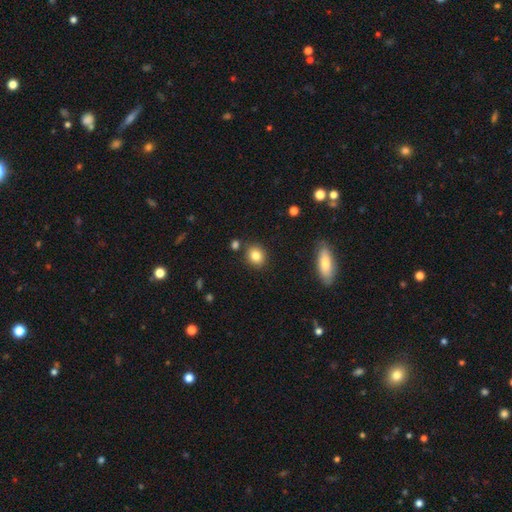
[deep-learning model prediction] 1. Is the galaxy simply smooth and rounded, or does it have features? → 83% smooth, 10% star or artifact, 7% featured or disk.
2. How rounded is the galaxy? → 65% round, 33% in between, 1% cigar-shaped.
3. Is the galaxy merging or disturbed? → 83% none, 9% minor disturbance, 5% merger, 3% major disturbance.